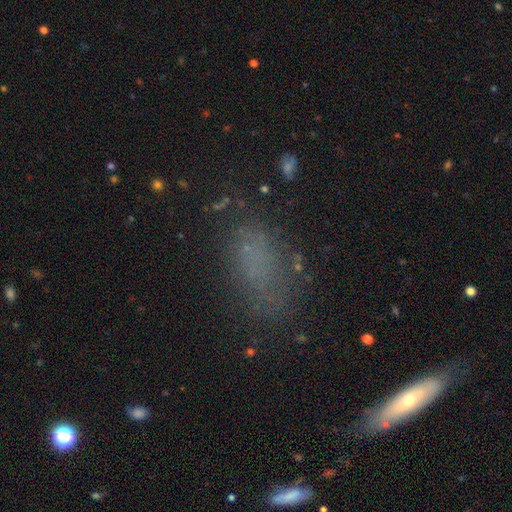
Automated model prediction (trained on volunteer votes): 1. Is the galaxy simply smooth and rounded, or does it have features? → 58% smooth, 22% featured or disk, 20% star or artifact.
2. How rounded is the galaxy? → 81% in between, 12% cigar-shaped, 7% round.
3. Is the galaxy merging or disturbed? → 57% none, 22% minor disturbance, 17% major disturbance, 4% merger.